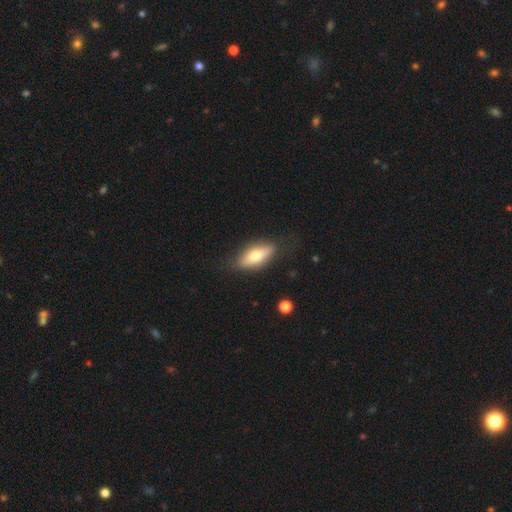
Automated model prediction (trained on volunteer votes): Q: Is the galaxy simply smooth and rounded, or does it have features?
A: smooth — 60%.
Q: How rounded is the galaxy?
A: in between — 72%.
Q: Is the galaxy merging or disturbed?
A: none — 80%.